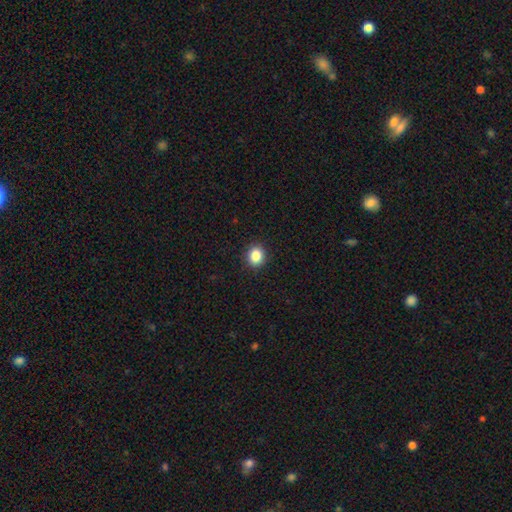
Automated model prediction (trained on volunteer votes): smooth-or-featured: smooth: 86% | star or artifact: 10% | featured or disk: 4%
  how-rounded: round: 78% | in between: 21% | cigar-shaped: 1%
  merging: none: 91% | minor disturbance: 6% | major disturbance: 2% | merger: 1%